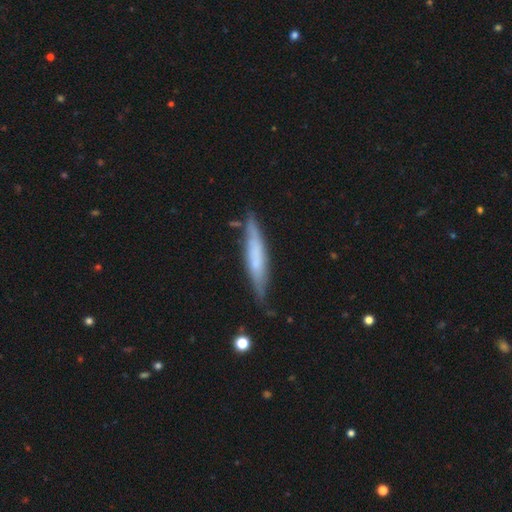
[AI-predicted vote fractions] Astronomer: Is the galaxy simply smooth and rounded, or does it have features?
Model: smooth — 50% (runner-up: featured or disk, 44%).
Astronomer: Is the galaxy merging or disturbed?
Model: none — 73%.